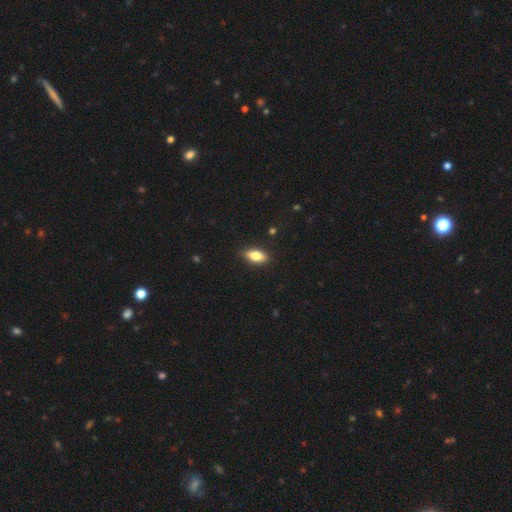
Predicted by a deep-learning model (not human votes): smooth-or-featured: smooth: 79% | featured or disk: 13% | star or artifact: 8%
  how-rounded: in between: 86% | cigar-shaped: 9% | round: 4%
  merging: none: 86% | minor disturbance: 11% | major disturbance: 2% | merger: 1%